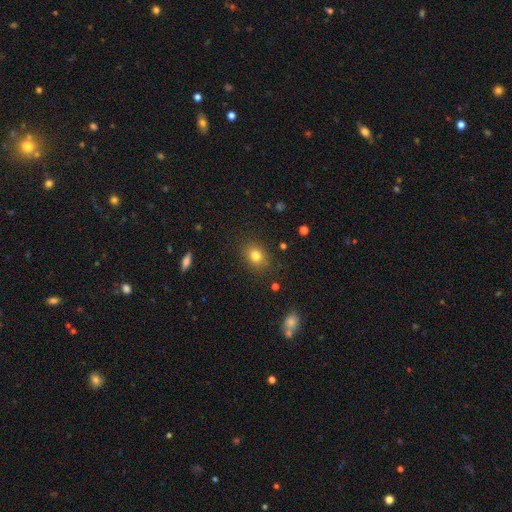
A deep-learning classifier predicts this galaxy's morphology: Smooth or featured?
  - smooth: 79% *
  - star or artifact: 13%
  - featured or disk: 8%
How rounded?
  - in between: 51% *
  - round: 48%
  - cigar-shaped: 1%
Merging?
  - none: 86% *
  - minor disturbance: 10%
  - major disturbance: 3%
  - merger: 1%